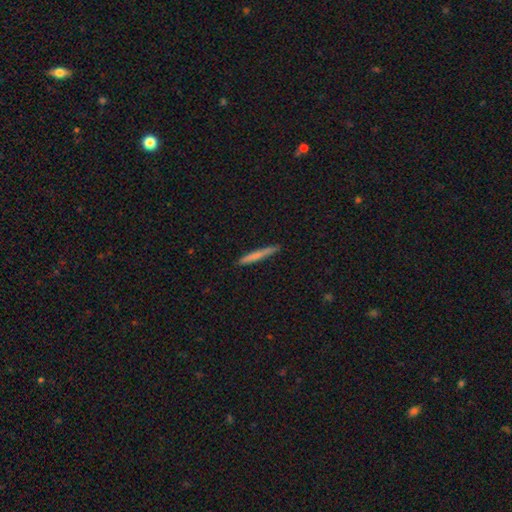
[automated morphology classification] Q: Smooth or featured?
A: smooth (68%); runner-up: featured or disk (26%)
Q: How rounded?
A: cigar-shaped (96%); runner-up: in between (3%)
Q: Merging?
A: none (88%); runner-up: minor disturbance (9%)